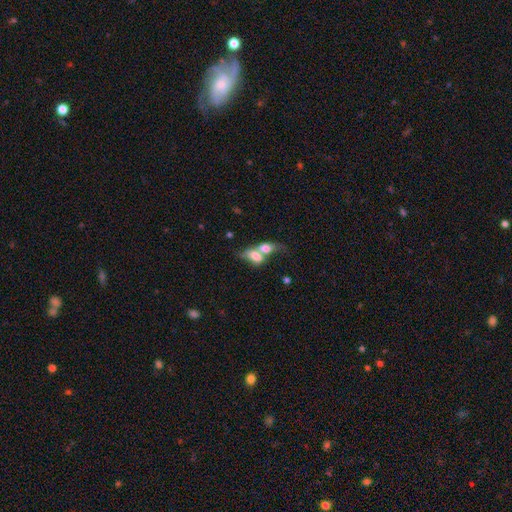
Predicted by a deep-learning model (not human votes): smooth-or-featured: smooth: 67% | featured or disk: 24% | star or artifact: 9%
  how-rounded: in between: 78% | round: 15% | cigar-shaped: 7%
  merging: merger: 77% | none: 10% | major disturbance: 7% | minor disturbance: 5%